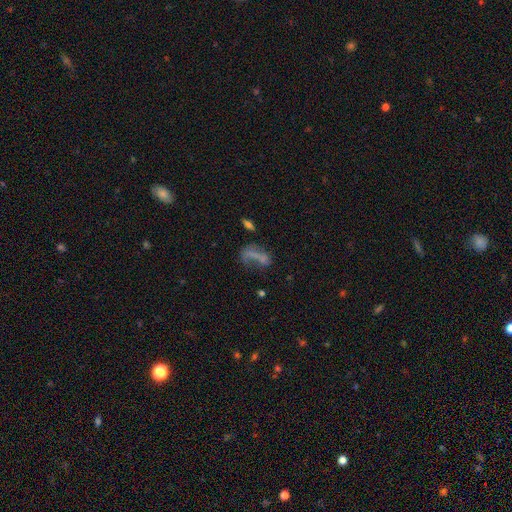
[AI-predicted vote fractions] Smooth or featured: smooth — 44% (featured or disk — 36%)
Merging: none — 33% (major disturbance — 32%)